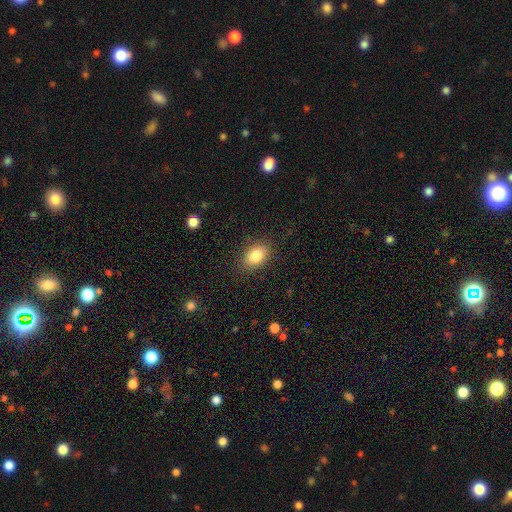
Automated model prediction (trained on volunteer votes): Smooth or featured? Predicted: smooth (p=0.83). How rounded? Predicted: in between (p=0.84). Merging? Predicted: none (p=0.85).